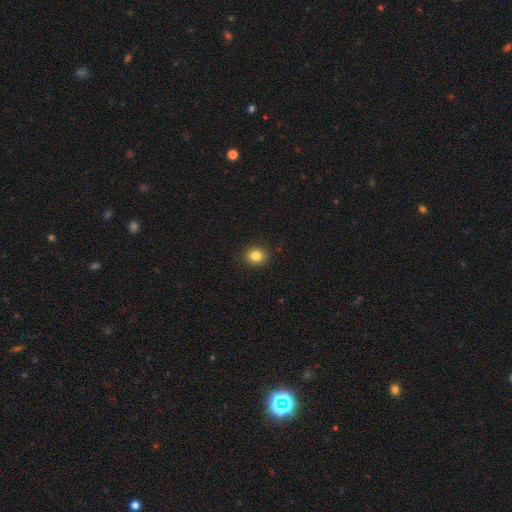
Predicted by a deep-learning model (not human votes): smooth 83%, star or artifact 11%, featured or disk 6%. Down the decision tree: how rounded — round (71%); merging — none (90%).